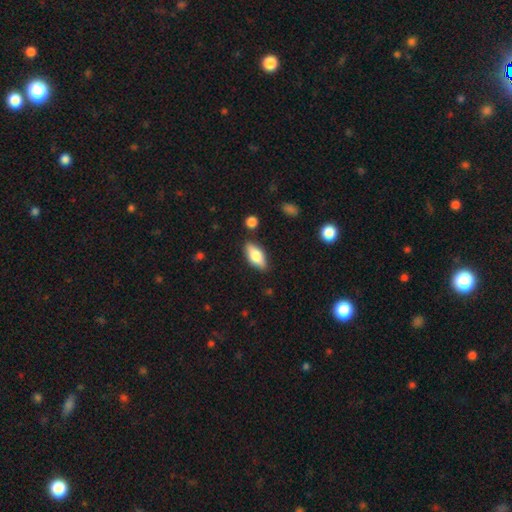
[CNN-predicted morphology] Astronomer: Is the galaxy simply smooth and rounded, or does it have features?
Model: smooth — 69%.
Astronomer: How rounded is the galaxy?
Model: in between — 82%.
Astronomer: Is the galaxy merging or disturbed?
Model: none — 84%.